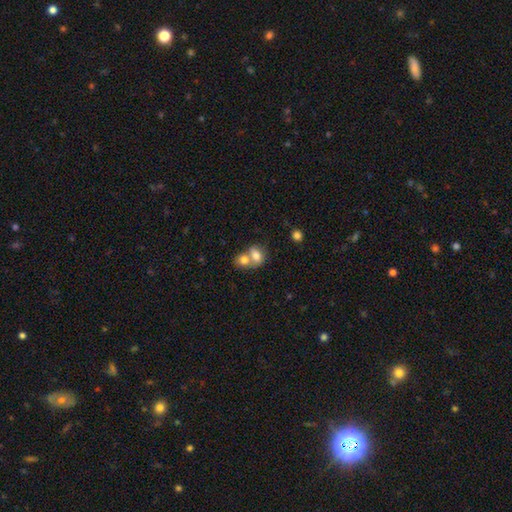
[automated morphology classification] This appears to be a smooth galaxy with no disk features (76%) that is in between round and cigar-shaped (60%). Merging: merger (67%).